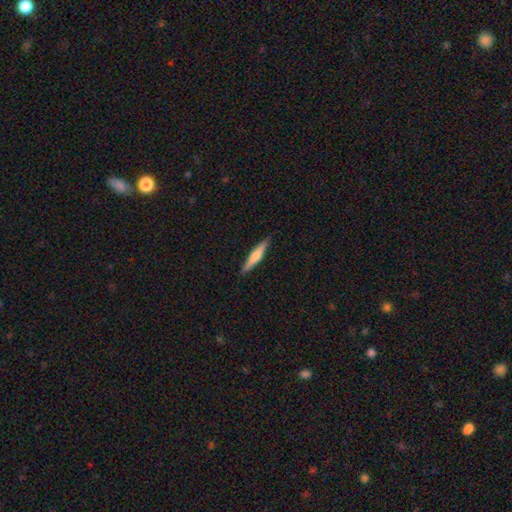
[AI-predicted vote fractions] Smooth or featured? Predicted: smooth (p=0.48). Merging? Predicted: none (p=0.90).